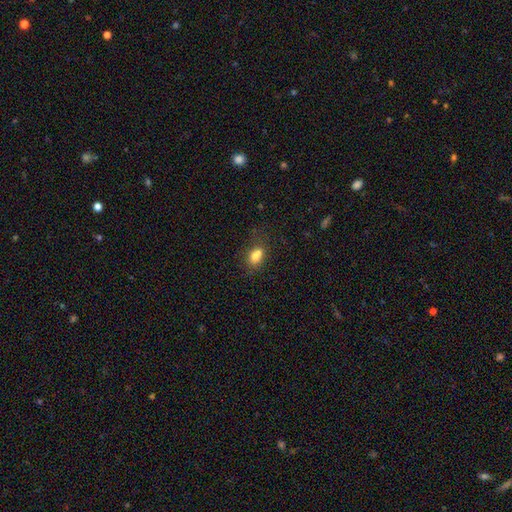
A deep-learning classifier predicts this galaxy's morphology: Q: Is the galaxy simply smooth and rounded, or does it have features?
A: smooth — 73%.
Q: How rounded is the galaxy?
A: in between — 58%.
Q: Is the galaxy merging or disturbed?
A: merger — 46%.